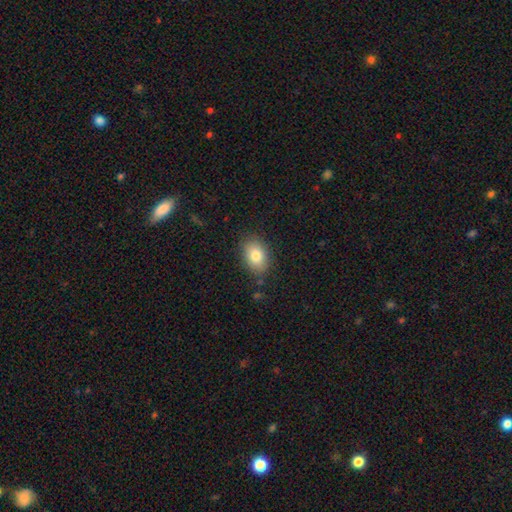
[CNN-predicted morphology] Smooth or featured?
  - smooth: 82% *
  - featured or disk: 10%
  - star or artifact: 8%
How rounded?
  - in between: 82% *
  - round: 17%
  - cigar-shaped: 1%
Merging?
  - none: 83% *
  - minor disturbance: 12%
  - major disturbance: 3%
  - merger: 2%